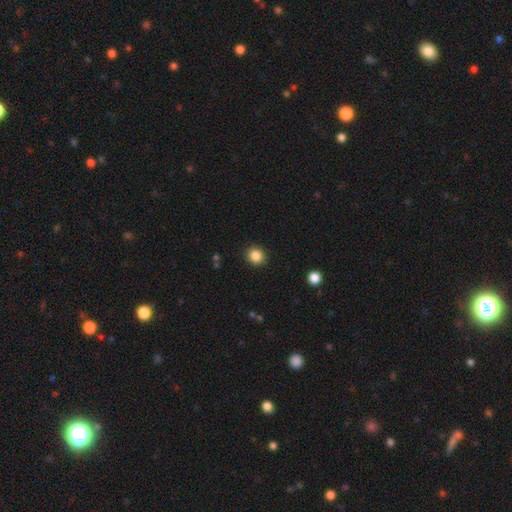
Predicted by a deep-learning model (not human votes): Morphology: type=smooth (86%); roundness=round (86%); merging=none (91%).